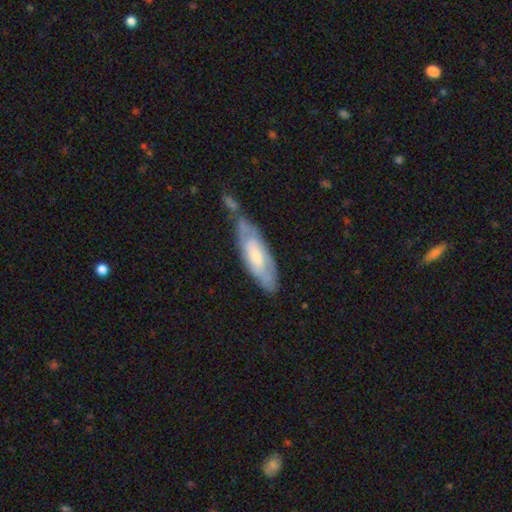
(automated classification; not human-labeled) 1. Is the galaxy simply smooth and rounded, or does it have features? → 56% featured or disk, 38% smooth, 6% star or artifact.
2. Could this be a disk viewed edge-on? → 77% no, 23% yes.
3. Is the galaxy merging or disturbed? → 48% none, 27% minor disturbance, 15% merger, 9% major disturbance.